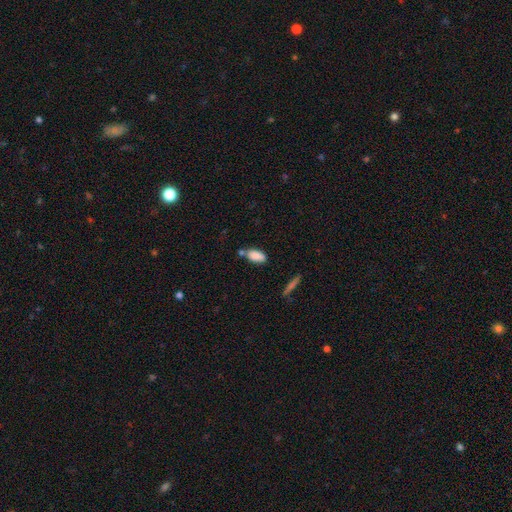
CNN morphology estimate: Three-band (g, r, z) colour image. It shows a smooth galaxy with no disk features (84%) that is in between round and cigar-shaped (89%). Merging: none (59%).